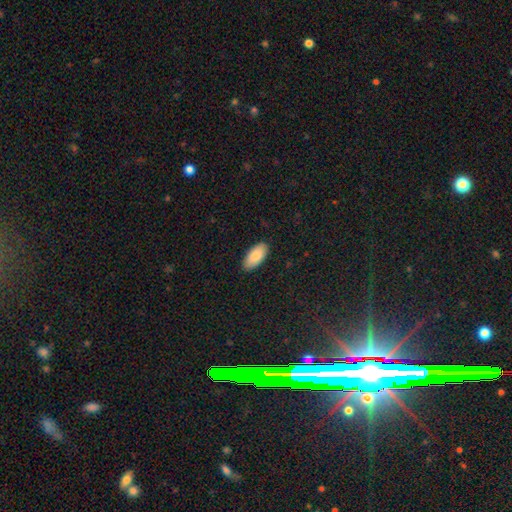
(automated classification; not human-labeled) Q: Smooth or featured?
A: smooth (85%); runner-up: featured or disk (9%)
Q: How rounded?
A: in between (92%); runner-up: cigar-shaped (6%)
Q: Merging?
A: none (89%); runner-up: minor disturbance (9%)